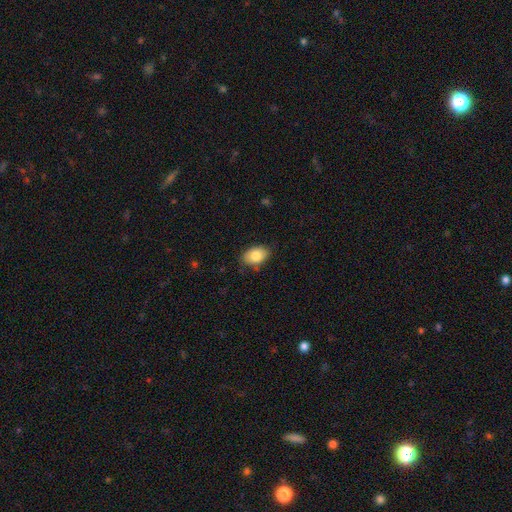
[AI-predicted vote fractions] A smooth galaxy with no disk features (81%) that is in between round and cigar-shaped (87%).

Vote fractions:
- Smooth or featured? smooth: 81% / featured or disk: 11% / star or artifact: 7%
- How rounded? in between: 87% / round: 12% / cigar-shaped: 1%
- Merging? none: 81% / minor disturbance: 15% / major disturbance: 2% / merger: 1%